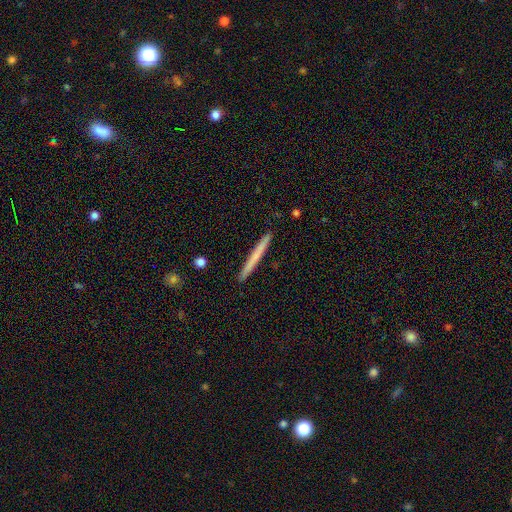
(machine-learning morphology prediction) smooth_or_featured: smooth (p=0.62) [alt: featured or disk p=0.33]
how_rounded: cigar-shaped (p=0.97) [alt: in between p=0.01]
merging: none (p=0.92) [alt: minor disturbance p=0.05]